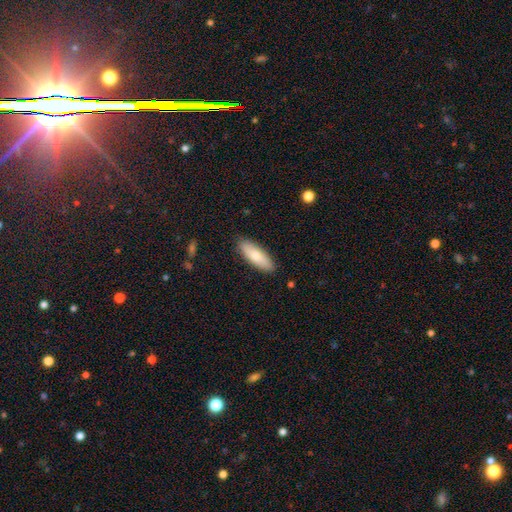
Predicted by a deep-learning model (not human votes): Smooth or featured?
  - smooth: 76% *
  - featured or disk: 18%
  - star or artifact: 6%
How rounded?
  - in between: 56% *
  - cigar-shaped: 42%
  - round: 2%
Merging?
  - none: 88% *
  - minor disturbance: 9%
  - major disturbance: 2%
  - merger: 1%